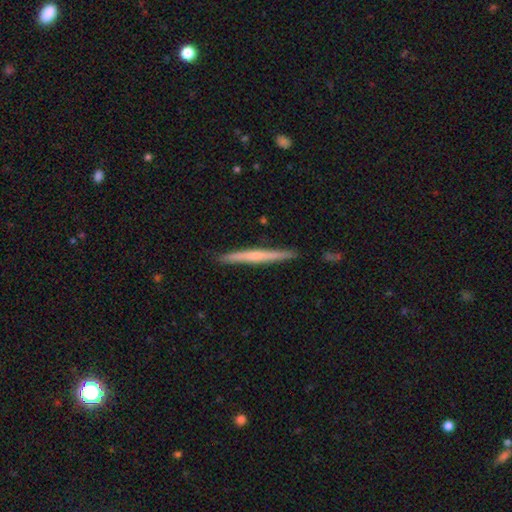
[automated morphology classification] featured or disk 58%, smooth 37%, star or artifact 5%. Down the decision tree: edge-on disk — yes (98%); edge-on bulge — none (47%, tied with rounded); merging — none (91%).